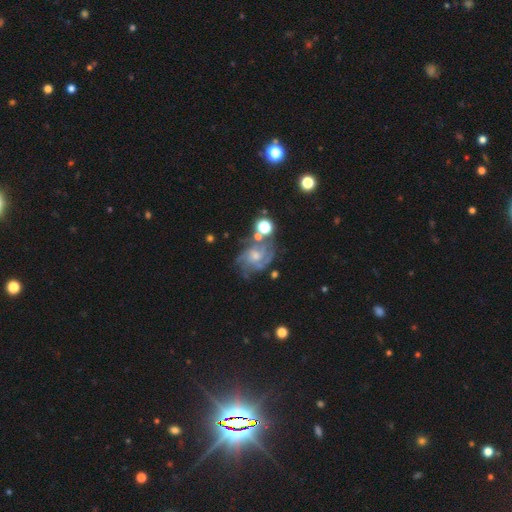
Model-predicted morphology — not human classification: type=featured or disk (78%); edge-on=no (98%); bar=no (71%); spiral arms=yes (91%); winding=tight (49%); arm count=can't tell (32%); bulge=small (49%); merging=none (53%).